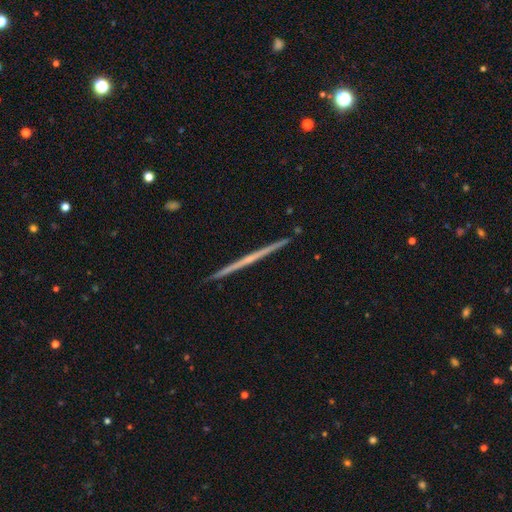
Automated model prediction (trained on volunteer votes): This appears to be a featured or disk galaxy (70%) viewed edge-on (98%) with no central bulge (73%). Merging: none (92%).